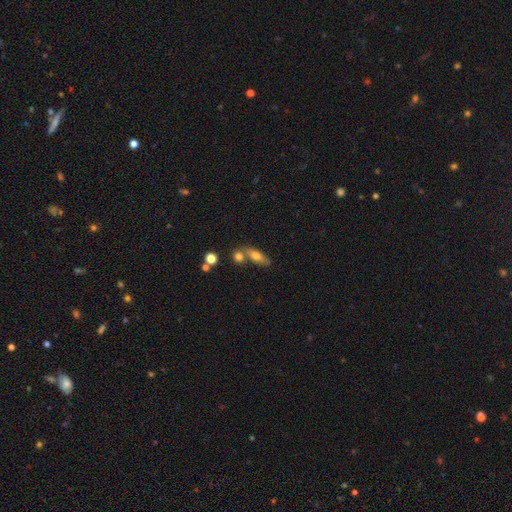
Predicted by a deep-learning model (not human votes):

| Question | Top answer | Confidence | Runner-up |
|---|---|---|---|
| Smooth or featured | smooth | 68% | featured or disk (24%) |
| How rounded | in between | 63% | cigar-shaped (30%) |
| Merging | none | 55% | merger (29%) |